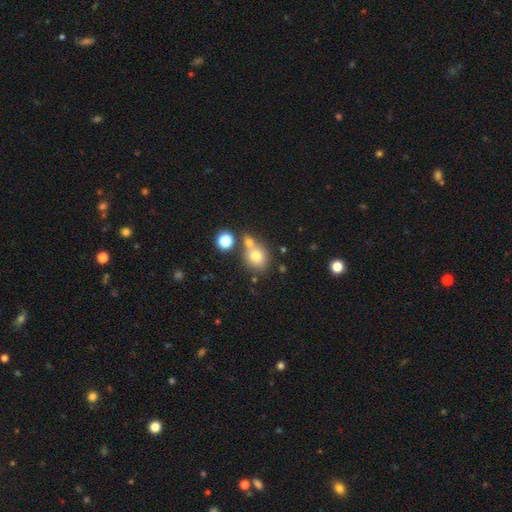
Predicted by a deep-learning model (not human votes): Smooth or featured? Predicted: smooth (p=0.74). How rounded? Predicted: round (p=0.75). Merging? Predicted: none (p=0.49).